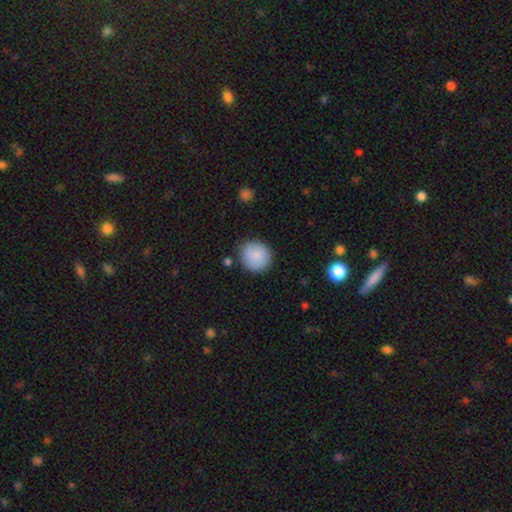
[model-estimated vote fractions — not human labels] smooth 86%, featured or disk 7%, star or artifact 7%. Down the decision tree: how rounded — round (89%); merging — none (83%).